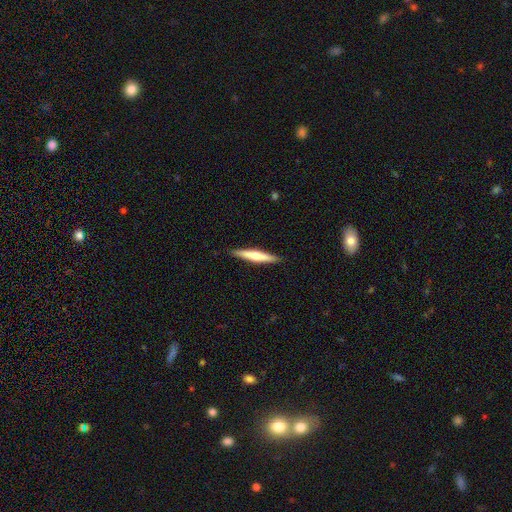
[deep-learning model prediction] This appears to be a smooth galaxy with no disk features (52%) that is cigar-shaped (92%). Merging: none (90%).